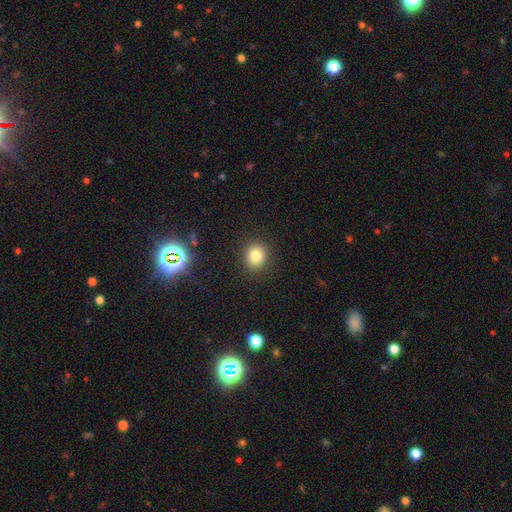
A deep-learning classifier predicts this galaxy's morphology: smooth 81%, star or artifact 12%, featured or disk 7%. Down the decision tree: how rounded — round (80%); merging — none (90%).